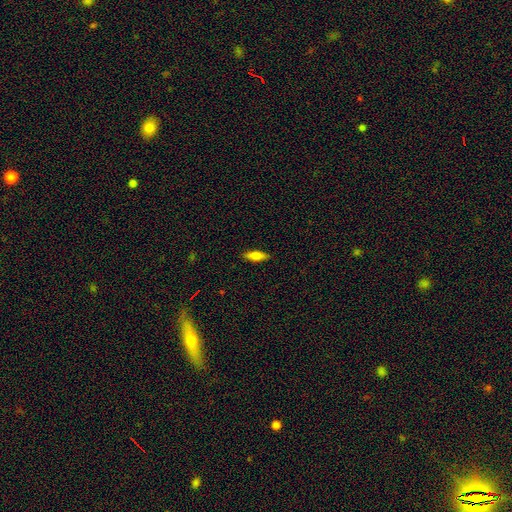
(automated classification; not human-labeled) Smooth or featured? Predicted: smooth (p=0.72). How rounded? Predicted: in between (p=0.54). Merging? Predicted: none (p=0.89).